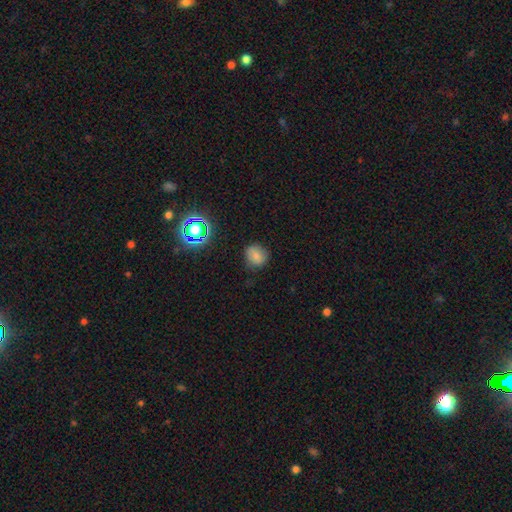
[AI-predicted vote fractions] smooth-or-featured: smooth: 75% | star or artifact: 16% | featured or disk: 9%
  how-rounded: round: 76% | in between: 23% | cigar-shaped: 1%
  merging: none: 78% | minor disturbance: 17% | major disturbance: 4% | merger: 1%